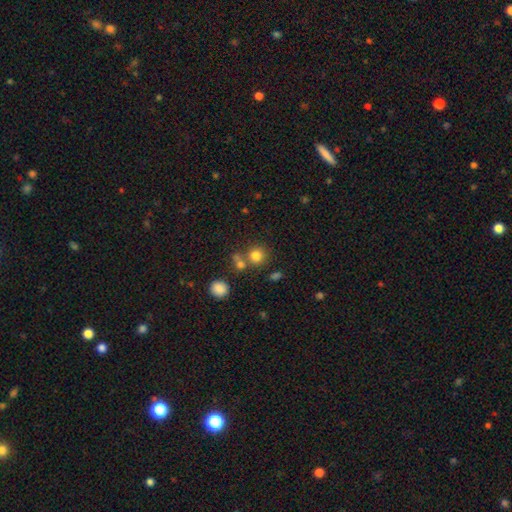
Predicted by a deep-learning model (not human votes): Morphology: type=smooth (79%); roundness=round (89%); merging=none (64%).